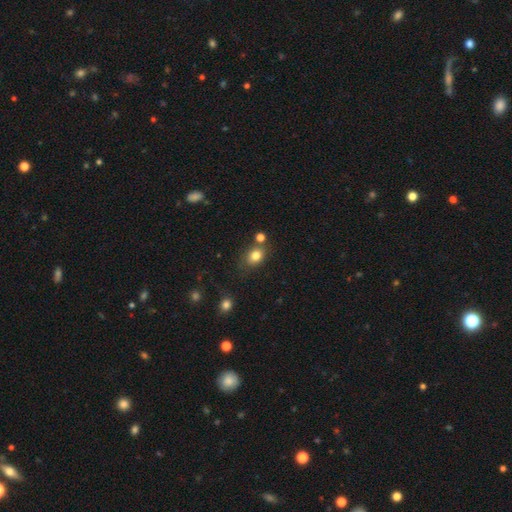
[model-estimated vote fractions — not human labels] A smooth galaxy with no disk features (81%) that is in between round and cigar-shaped (58%). Merging: none (67%).